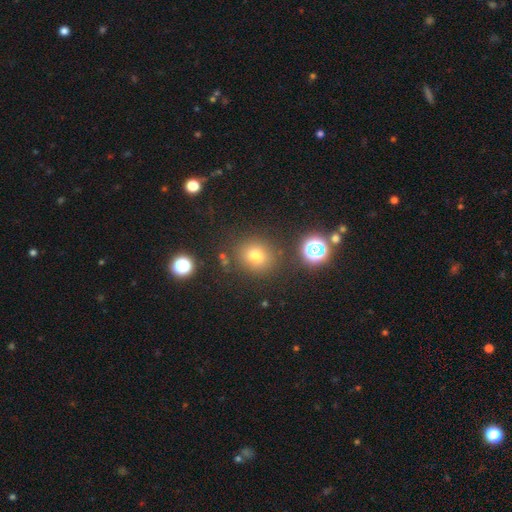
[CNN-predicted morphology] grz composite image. It shows a smooth galaxy with no disk features (73%) that is round (83%). Merging: none (84%).